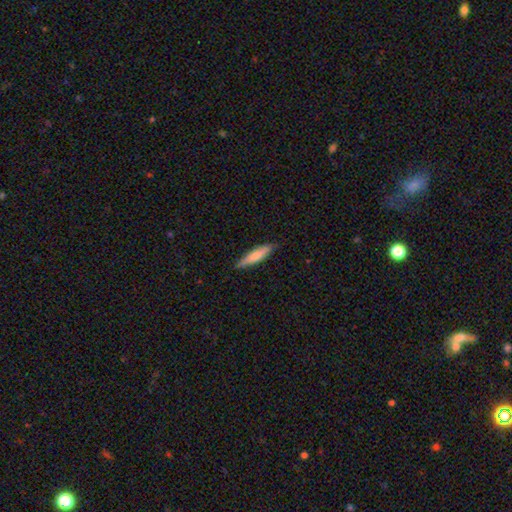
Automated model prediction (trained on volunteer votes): This is likely a smooth galaxy (70%). How rounded: clearly cigar-shaped (82%). Merging: clearly none (84%).